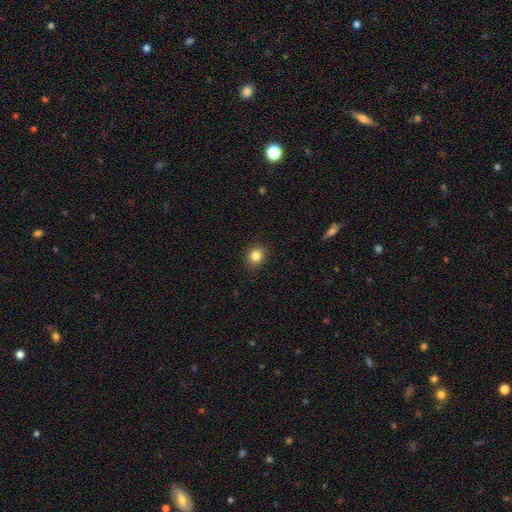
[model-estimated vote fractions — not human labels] Smooth or featured: smooth — 84% (star or artifact — 11%)
How rounded: round — 77% (in between — 23%)
Merging: none — 89% (minor disturbance — 7%)